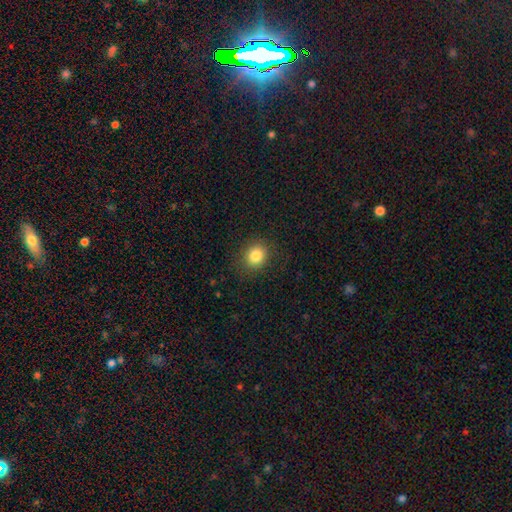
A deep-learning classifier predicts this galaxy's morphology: This is clearly a smooth galaxy (84%). How rounded: likely round (70%). Merging: clearly none (86%).